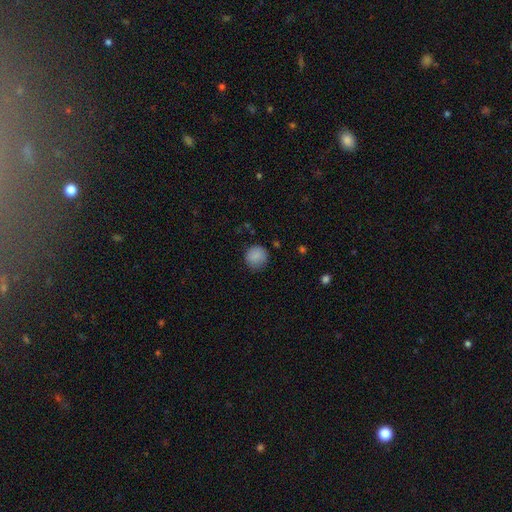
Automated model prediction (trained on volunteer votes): smooth-or-featured: smooth: 87% | star or artifact: 9% | featured or disk: 5%
  how-rounded: round: 91% | in between: 8% | cigar-shaped: 1%
  merging: none: 82% | minor disturbance: 14% | major disturbance: 3% | merger: 1%